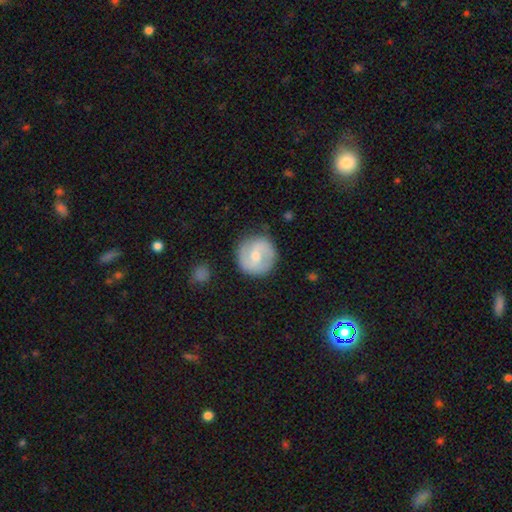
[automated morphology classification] smooth_or_featured: featured or disk (p=0.60) [alt: smooth p=0.34]
disk_edge_on: no (p=0.98) [alt: yes p=0.02]
bar: weak (p=0.52) [alt: no p=0.33]
has_spiral_arms: yes (p=0.82) [alt: no p=0.18]
bulge_size: moderate (p=0.61) [alt: small p=0.34]
merging: none (p=0.83) [alt: minor disturbance p=0.12]